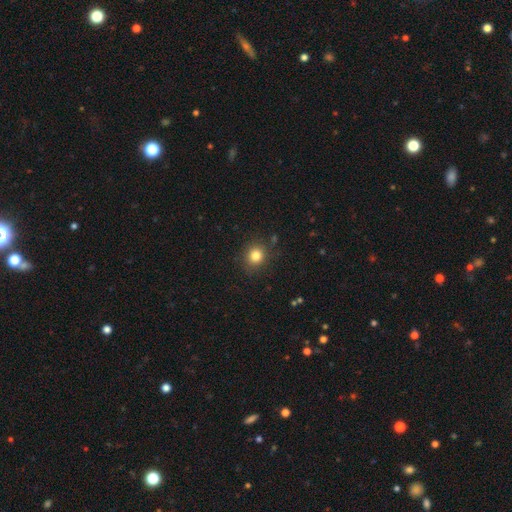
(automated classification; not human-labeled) Q: Smooth or featured?
A: smooth (82%); runner-up: star or artifact (12%)
Q: How rounded?
A: round (84%); runner-up: in between (15%)
Q: Merging?
A: none (86%); runner-up: minor disturbance (9%)